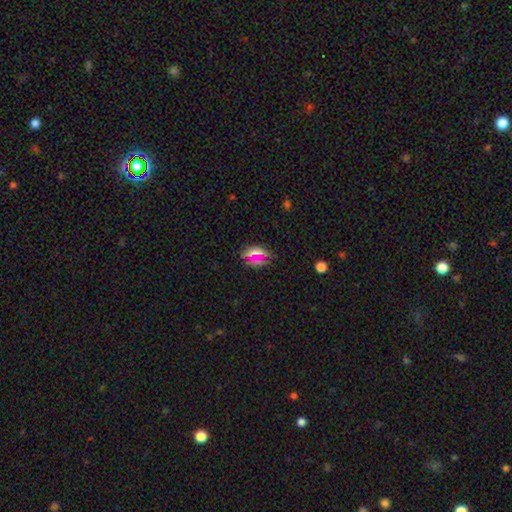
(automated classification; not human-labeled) Overall: smooth (63%; star or artifact 25%). How rounded: in between (65%; round 30%). Merging: none (76%).